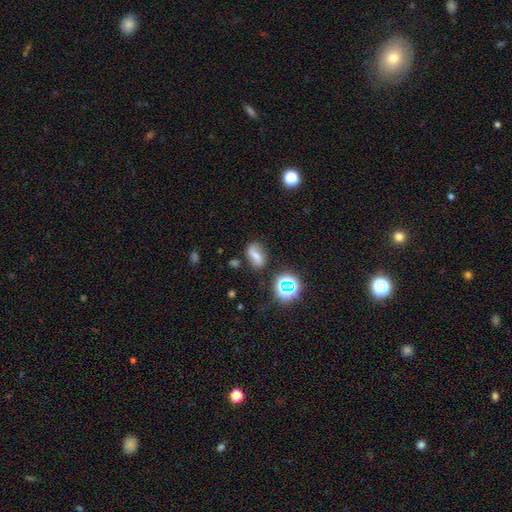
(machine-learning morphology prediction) type=smooth (44%); merging=none (69%).